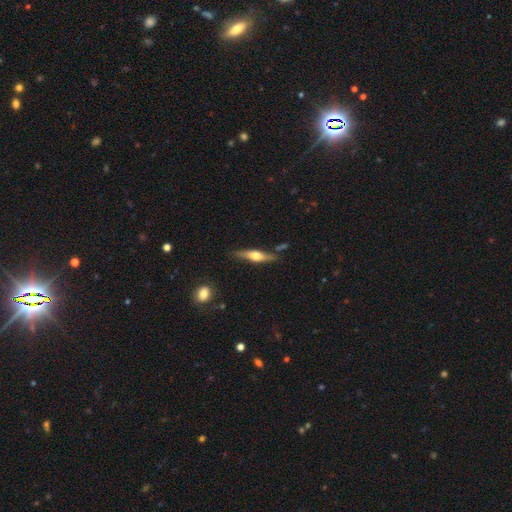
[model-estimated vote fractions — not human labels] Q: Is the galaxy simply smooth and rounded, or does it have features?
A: featured or disk — 60%.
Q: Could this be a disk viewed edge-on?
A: yes — 94%.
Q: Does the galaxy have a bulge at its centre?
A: rounded — 92%.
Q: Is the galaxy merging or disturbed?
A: none — 79%.